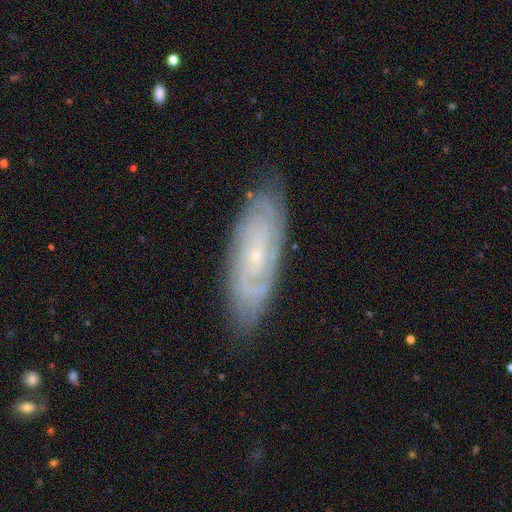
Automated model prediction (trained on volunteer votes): A featured or disk galaxy (80%) with no bar (71%), tight (73%) spiral arms (94%) and a small central bulge (84%).

Vote fractions:
- Smooth or featured? featured or disk: 80% / smooth: 13% / star or artifact: 7%
- Edge-on disk? no: 89% / yes: 11%
- Bar? no: 71% / weak: 23% / strong: 6%
- Spiral arms? yes: 94% / no: 6%
- Spiral winding? tight: 73% / medium: 22% / loose: 5%
- Spiral arm count? can't tell: 43% / 2: 20% / 3: 14% / 4: 12% / more than 4: 7% / 1: 5%
- Bulge size? small: 84% / moderate: 12% / none: 2% / large: 1% / dominant: 1%
- Merging? none: 81% / minor disturbance: 14% / major disturbance: 3% / merger: 1%